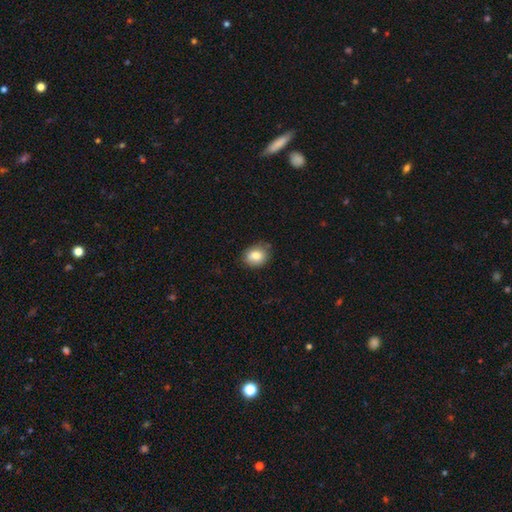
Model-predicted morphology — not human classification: This appears to be a smooth galaxy with no disk features (82%) that is round (52%). Merging: none (79%).